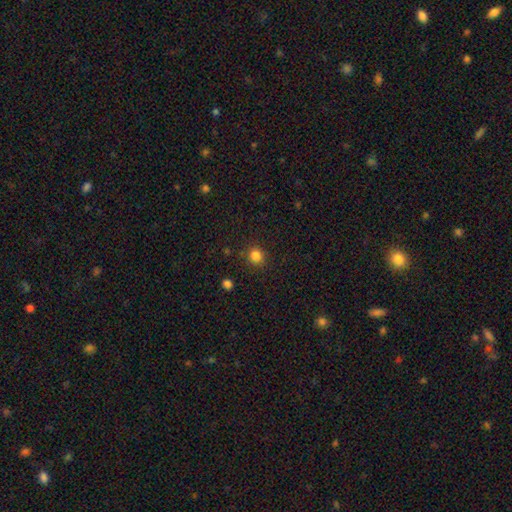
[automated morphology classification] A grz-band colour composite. It shows a smooth galaxy with no disk features (83%) that is round (87%). Merging: none (88%).